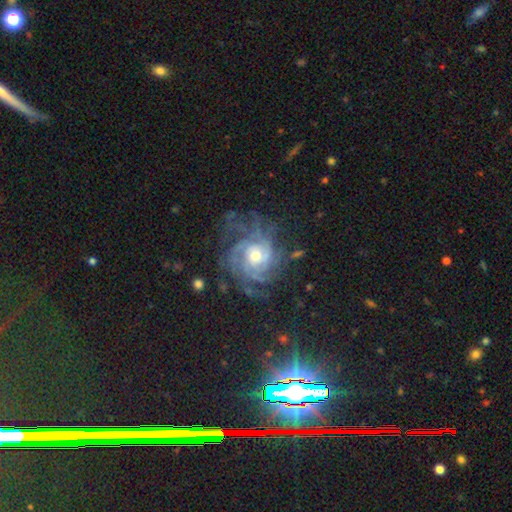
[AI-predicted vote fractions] featured or disk 87%, star or artifact 7%, smooth 6%. Down the decision tree: edge-on disk — no (97%); bar — no (73%); spiral arms — yes (97%); spiral arm count — can't tell (30%); spiral winding — tight (67%); bulge size — moderate (61%); merging — none (69%).